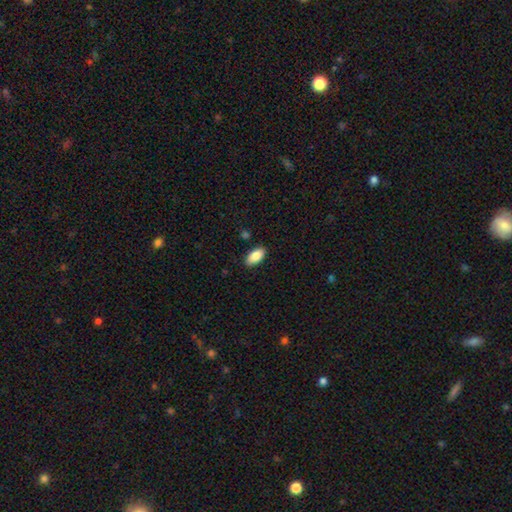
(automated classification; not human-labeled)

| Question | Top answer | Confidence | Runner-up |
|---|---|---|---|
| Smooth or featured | smooth | 86% | featured or disk (7%) |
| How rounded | in between | 93% | cigar-shaped (4%) |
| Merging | none | 87% | minor disturbance (10%) |